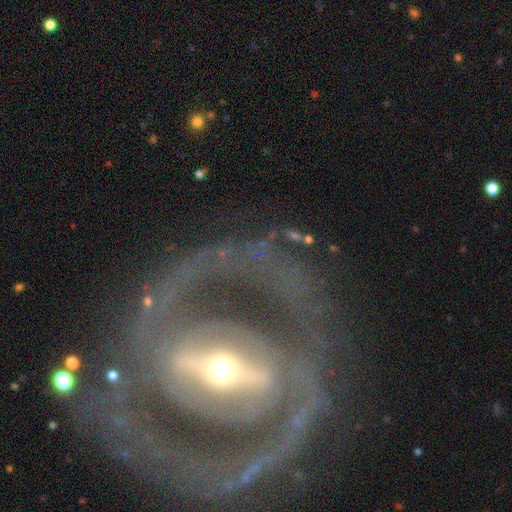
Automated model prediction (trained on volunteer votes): Morphology: type=featured or disk (88%); edge-on=no (93%); bar=strong (72%); spiral arms=yes (82%); winding=tight (45%); arm count=2 (77%); bulge=moderate (48%); merging=none (73%).